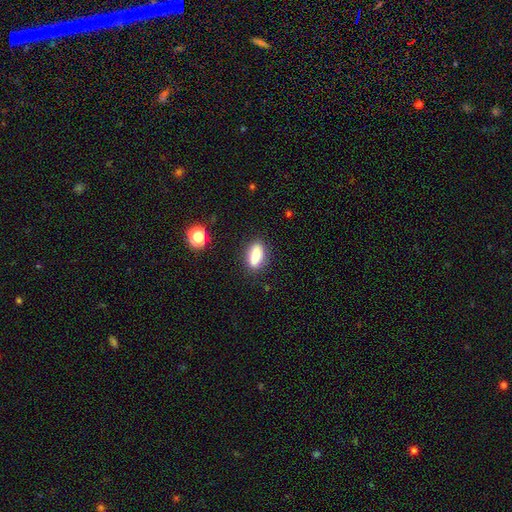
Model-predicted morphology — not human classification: This is clearly a smooth galaxy (82%). How rounded: likely in between (77%). Merging: clearly none (83%).